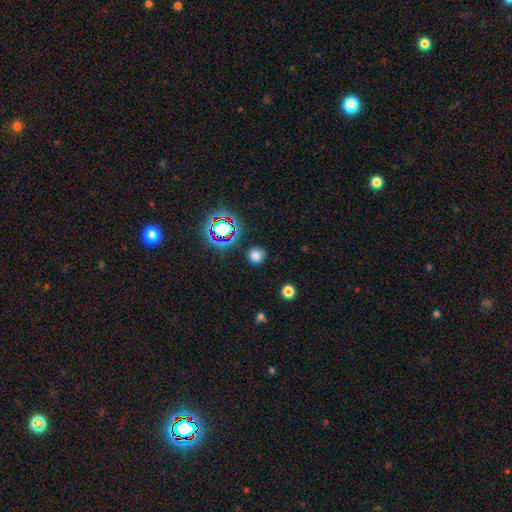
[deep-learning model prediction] This appears to be a smooth galaxy with no disk features (74%) that is round (91%). Merging: none (87%).